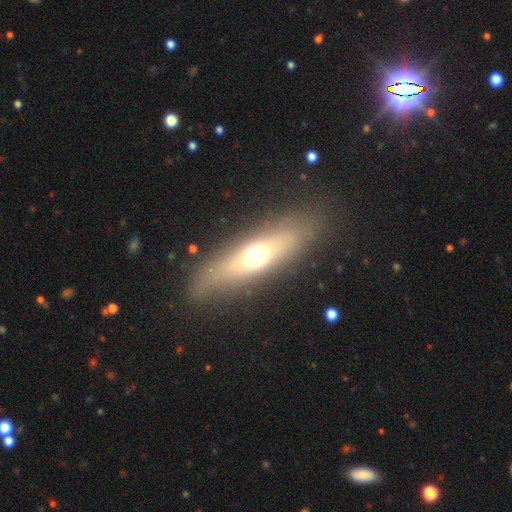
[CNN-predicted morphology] Smooth or featured? smooth (50%)
Merging? none (83%)